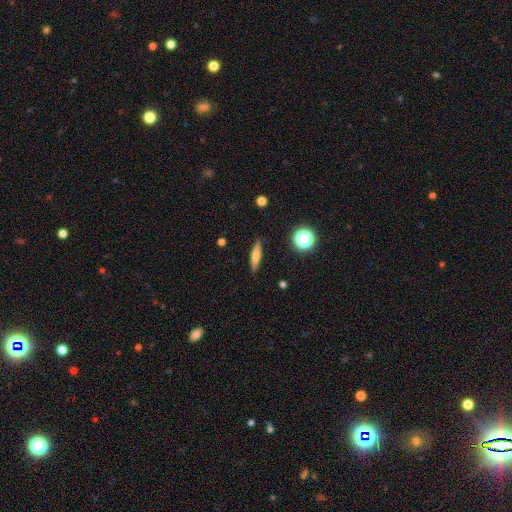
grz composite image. It shows a smooth galaxy with no disk features (73%) that is cigar-shaped (78%). Merging: none (79%).